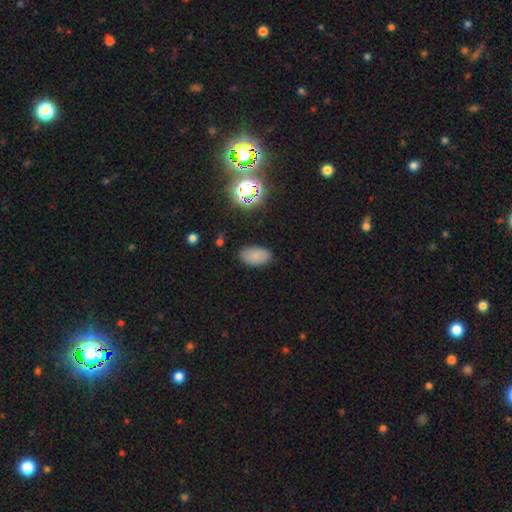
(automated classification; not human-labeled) Q: Smooth or featured?
A: smooth (79%); runner-up: star or artifact (14%)
Q: How rounded?
A: in between (93%); runner-up: round (5%)
Q: Merging?
A: none (84%); runner-up: minor disturbance (12%)